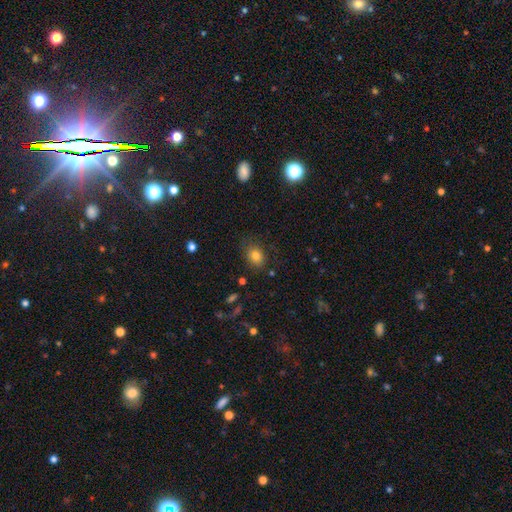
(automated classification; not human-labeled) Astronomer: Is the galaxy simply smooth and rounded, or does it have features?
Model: smooth — 78%.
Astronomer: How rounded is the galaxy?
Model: in between — 59% (runner-up: round, 40%).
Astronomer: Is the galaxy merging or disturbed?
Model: none — 75%.